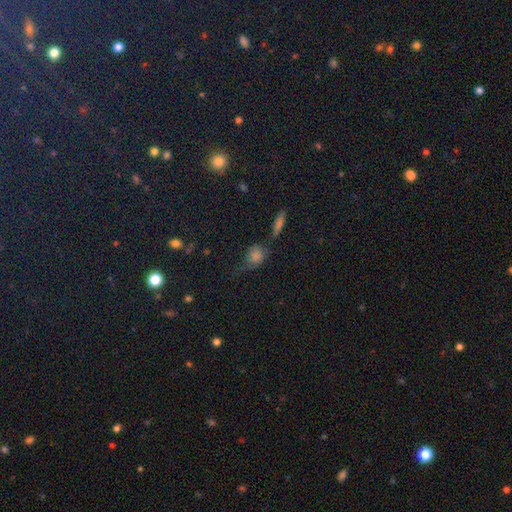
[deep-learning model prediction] A smooth galaxy with no disk features (61%) that is round (58%). Merging: none (50%).